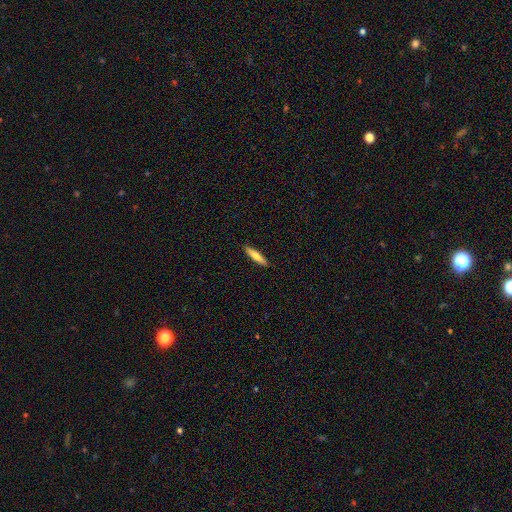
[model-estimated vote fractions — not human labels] This is likely a smooth galaxy (65%). How rounded: clearly cigar-shaped (82%). Merging: clearly none (91%).